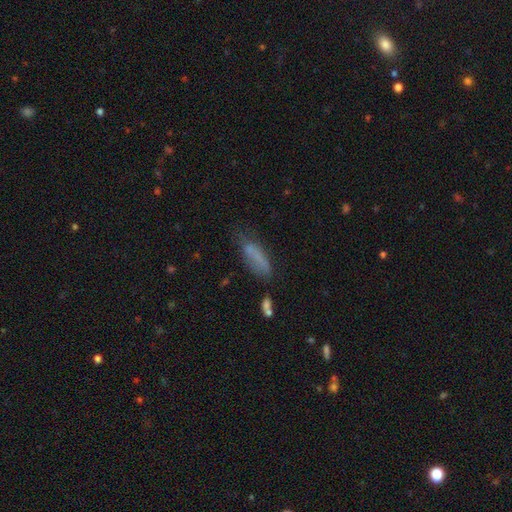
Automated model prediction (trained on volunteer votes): Smooth or featured? smooth (69%)
How rounded? cigar-shaped (51%)
Merging? none (50%)